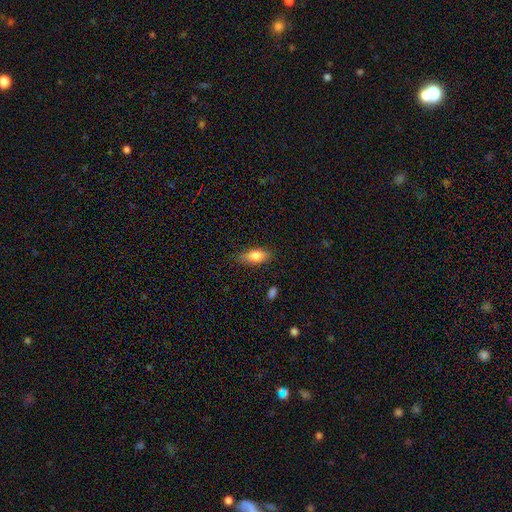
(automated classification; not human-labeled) Smooth or featured? Predicted: smooth (p=0.79). How rounded? Predicted: in between (p=0.81). Merging? Predicted: none (p=0.77).